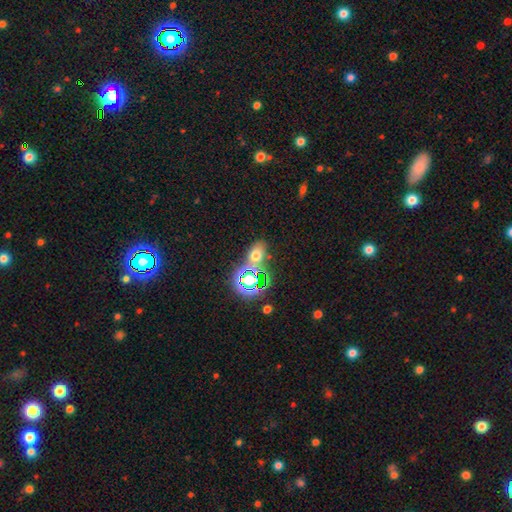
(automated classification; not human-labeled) smooth_or_featured: smooth (p=0.59) [alt: star or artifact p=0.30]
how_rounded: in between (p=0.73) [alt: round p=0.24]
merging: none (p=0.65) [alt: merger p=0.18]